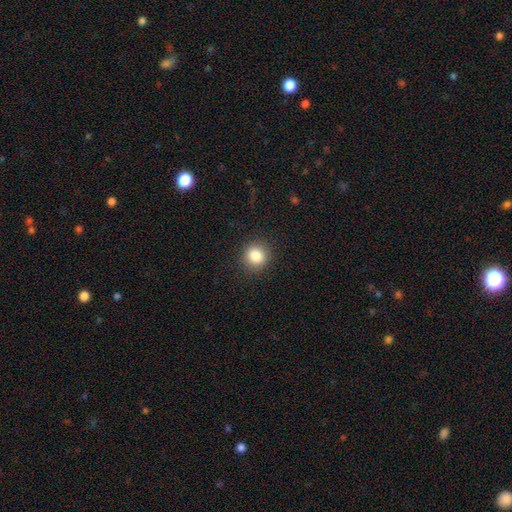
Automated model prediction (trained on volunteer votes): Smooth or featured?
  - smooth: 84% *
  - star or artifact: 11%
  - featured or disk: 5%
How rounded?
  - round: 87% *
  - in between: 12%
  - cigar-shaped: 1%
Merging?
  - none: 89% *
  - minor disturbance: 7%
  - major disturbance: 2%
  - merger: 1%